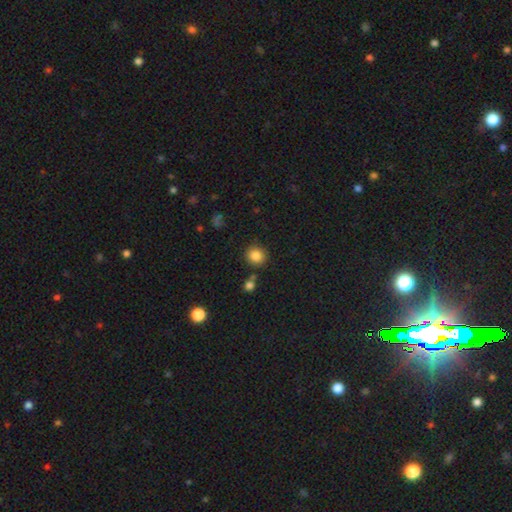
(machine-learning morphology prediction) smooth_or_featured: smooth (p=0.84) [alt: star or artifact p=0.11]
how_rounded: round (p=0.88) [alt: in between p=0.11]
merging: none (p=0.84) [alt: minor disturbance p=0.09]